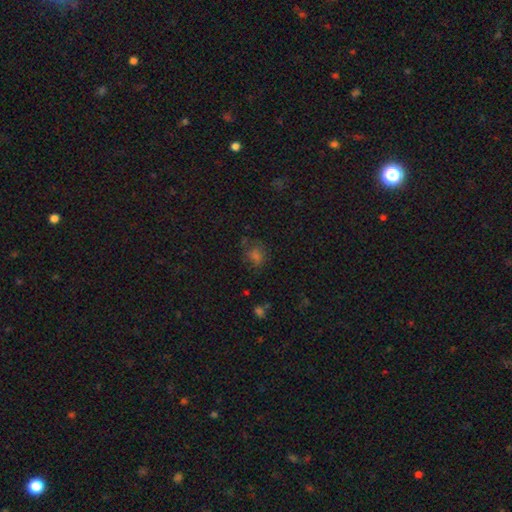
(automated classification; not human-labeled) This is possibly a smooth galaxy (56%). How rounded: possibly round (59%). Merging: likely none (67%).